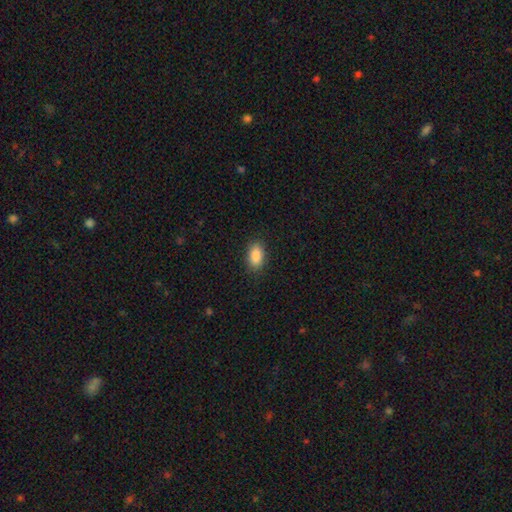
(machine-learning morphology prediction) Smooth or featured? smooth (89%)
How rounded? in between (91%)
Merging? none (88%)